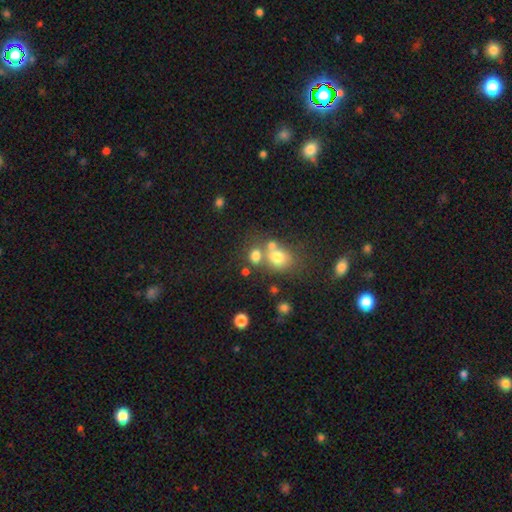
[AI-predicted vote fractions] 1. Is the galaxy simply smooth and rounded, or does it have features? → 71% smooth, 16% star or artifact, 13% featured or disk.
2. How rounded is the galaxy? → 60% round, 38% in between, 1% cigar-shaped.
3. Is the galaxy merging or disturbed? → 46% none, 38% merger, 10% minor disturbance, 6% major disturbance.